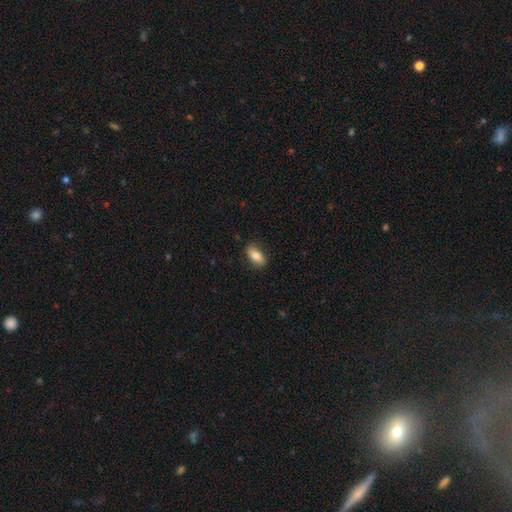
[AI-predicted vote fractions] A smooth galaxy with no disk features (76%) that is in between round and cigar-shaped (88%).

Vote fractions:
- Smooth or featured? smooth: 76% / featured or disk: 17% / star or artifact: 7%
- How rounded? in between: 88% / cigar-shaped: 7% / round: 5%
- Merging? none: 83% / minor disturbance: 13% / major disturbance: 3% / merger: 1%